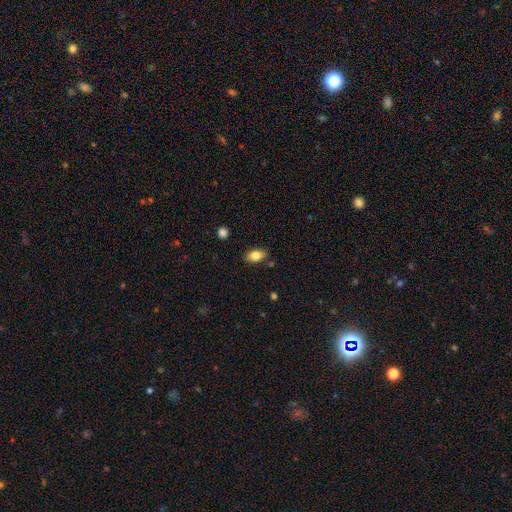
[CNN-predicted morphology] A smooth galaxy with no disk features (78%) that is in between round and cigar-shaped (89%).

Vote fractions:
- Smooth or featured? smooth: 78% / featured or disk: 14% / star or artifact: 8%
- How rounded? in between: 89% / round: 7% / cigar-shaped: 4%
- Merging? none: 83% / minor disturbance: 12% / merger: 2% / major disturbance: 2%